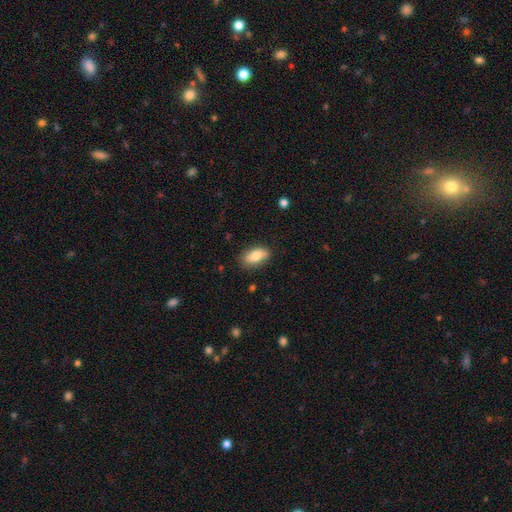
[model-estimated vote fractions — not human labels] Smooth or featured? smooth (79%)
How rounded? in between (90%)
Merging? none (82%)